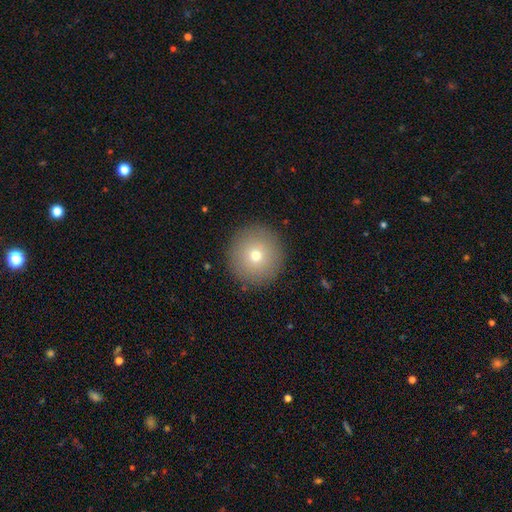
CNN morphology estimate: smooth-or-featured: smooth: 72% | featured or disk: 15% | star or artifact: 13%
  how-rounded: round: 96% | in between: 3% | cigar-shaped: 1%
  merging: none: 92% | minor disturbance: 5% | major disturbance: 2% | merger: 1%